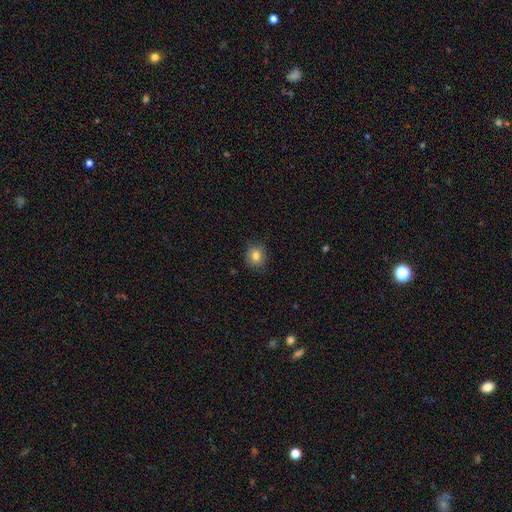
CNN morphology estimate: smooth_or_featured: smooth (p=0.81) [alt: star or artifact p=0.11]
how_rounded: round (p=0.79) [alt: in between p=0.20]
merging: none (p=0.86) [alt: minor disturbance p=0.11]